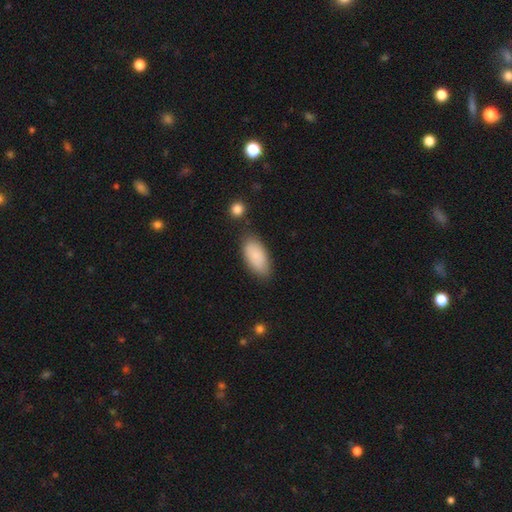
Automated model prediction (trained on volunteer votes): This appears to be a smooth galaxy with no disk features (85%) that is in between round and cigar-shaped (90%). Merging: none (77%).